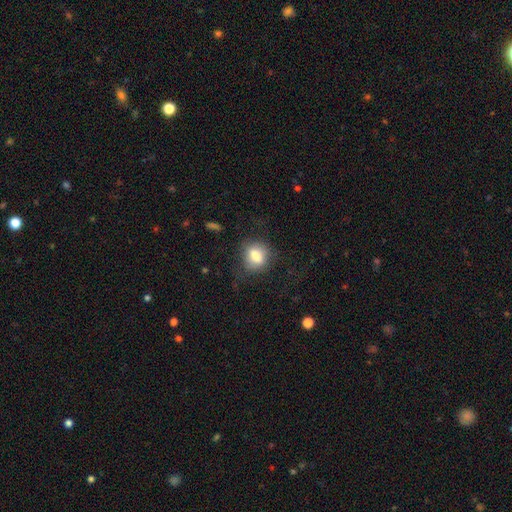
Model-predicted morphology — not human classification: This appears to be a smooth galaxy with no disk features (78%) that is in between round and cigar-shaped (50%). Merging: none (69%).